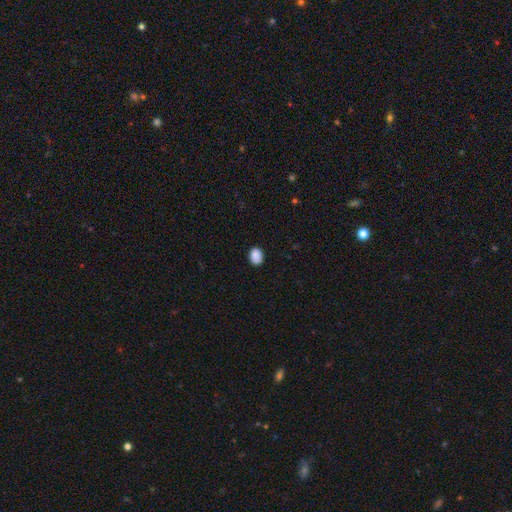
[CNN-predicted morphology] The model was most divided on "how rounded": in between: 66%, round: 33%, cigar-shaped: 1%. More confident: smooth or featured — smooth (88%); merging — none (84%).